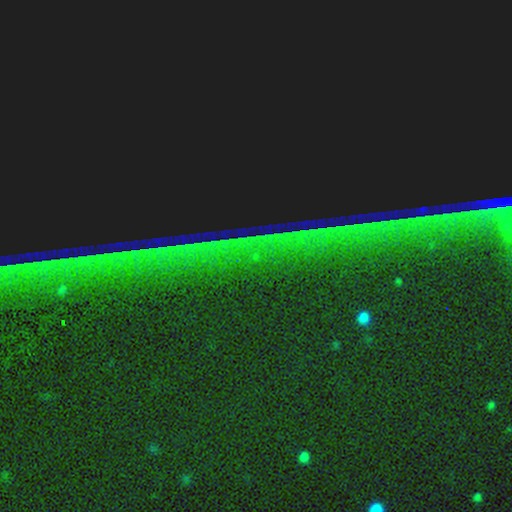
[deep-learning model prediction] Q: Smooth or featured?
A: star or artifact (86%); runner-up: featured or disk (7%)